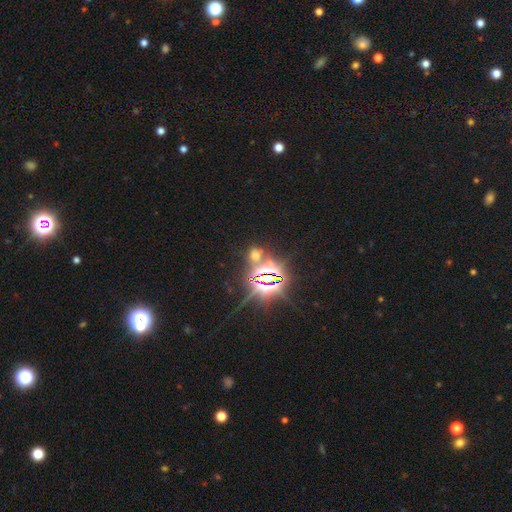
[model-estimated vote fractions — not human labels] Overall: star or artifact (66%; smooth 26%).